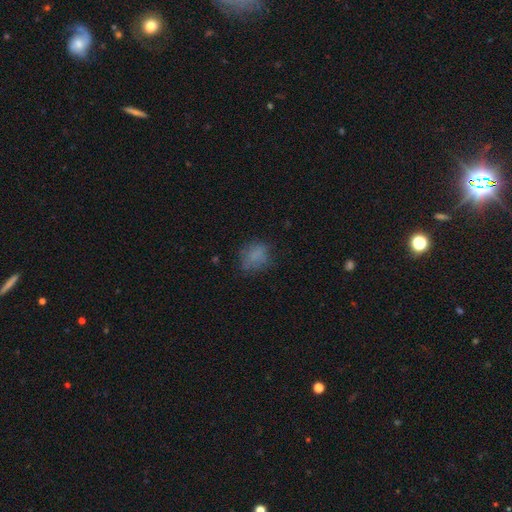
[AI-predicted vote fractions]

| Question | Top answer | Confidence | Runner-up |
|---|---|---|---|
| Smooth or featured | smooth | 72% | featured or disk (14%) |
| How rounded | round | 54% | in between (45%) |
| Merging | none | 62% | minor disturbance (23%) |